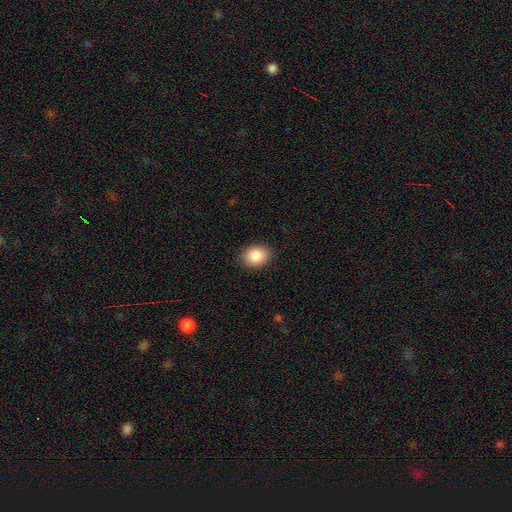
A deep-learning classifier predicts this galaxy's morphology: type=smooth (88%); roundness=in between (68%); merging=none (89%).